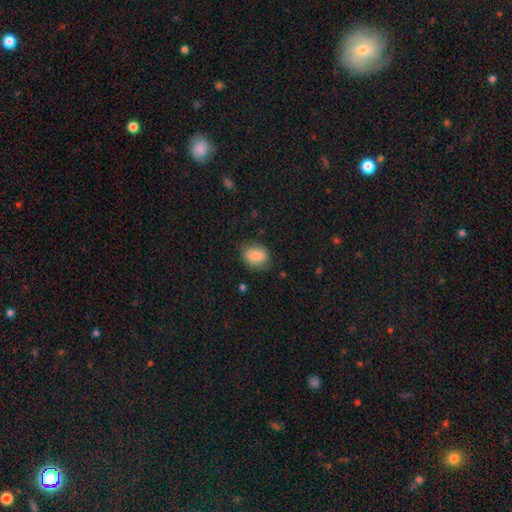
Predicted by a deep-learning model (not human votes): Smooth or featured? Predicted: smooth (p=0.83). How rounded? Predicted: in between (p=0.53). Merging? Predicted: none (p=0.77).